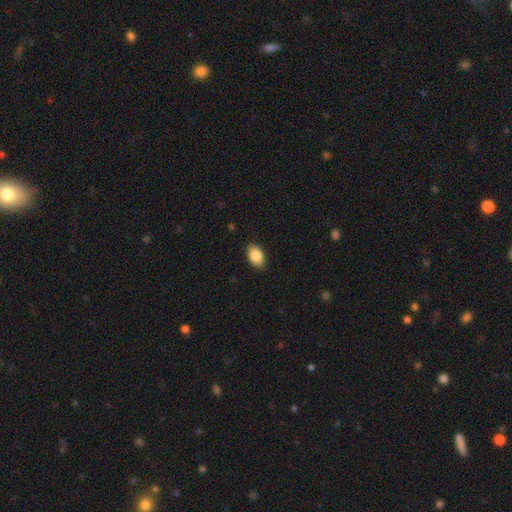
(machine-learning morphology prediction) A smooth galaxy with no disk features (87%) that is in between round and cigar-shaped (89%).

Vote fractions:
- Smooth or featured? smooth: 87% / star or artifact: 7% / featured or disk: 6%
- How rounded? in between: 89% / round: 10% / cigar-shaped: 1%
- Merging? none: 88% / minor disturbance: 9% / major disturbance: 2% / merger: 1%